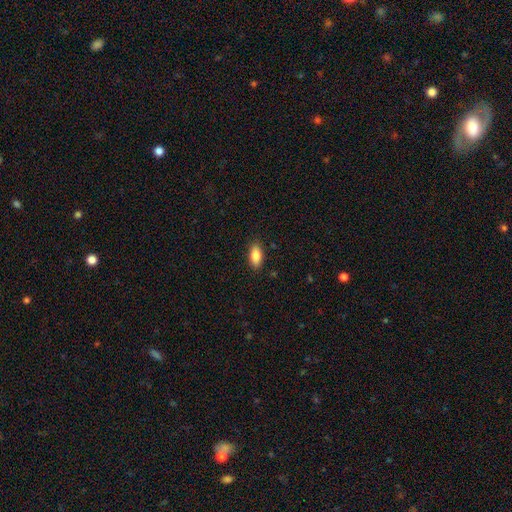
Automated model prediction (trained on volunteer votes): smooth-or-featured: smooth: 84% | featured or disk: 9% | star or artifact: 7%
  how-rounded: in between: 88% | cigar-shaped: 9% | round: 3%
  merging: none: 88% | minor disturbance: 9% | major disturbance: 2% | merger: 1%